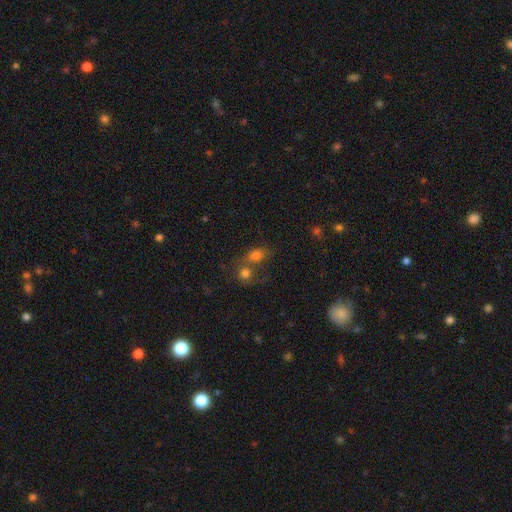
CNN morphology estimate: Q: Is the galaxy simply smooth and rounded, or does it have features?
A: smooth — 71%.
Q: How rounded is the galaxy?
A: in between — 58%.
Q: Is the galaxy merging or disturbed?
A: merger — 52%.